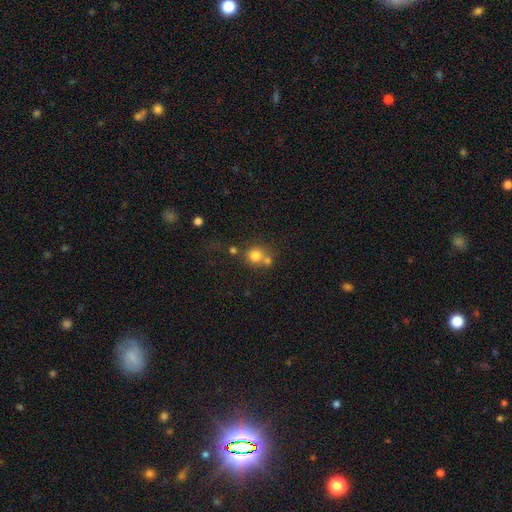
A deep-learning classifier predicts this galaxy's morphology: A smooth galaxy with no disk features (76%) that is round (87%).

Vote fractions:
- Smooth or featured? smooth: 76% / star or artifact: 13% / featured or disk: 11%
- How rounded? round: 87% / in between: 12% / cigar-shaped: 1%
- Merging? none: 51% / merger: 37% / minor disturbance: 9% / major disturbance: 4%